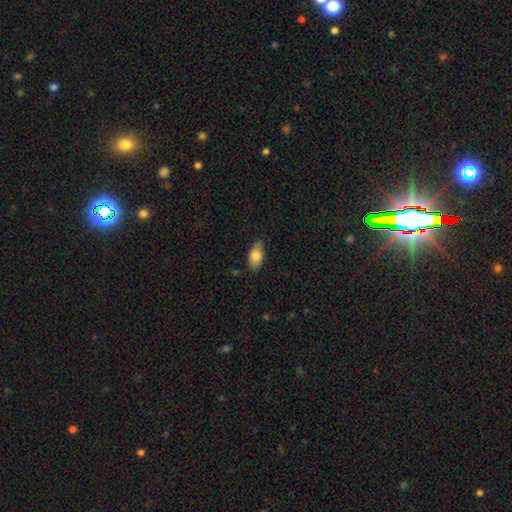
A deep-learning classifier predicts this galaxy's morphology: Q: Smooth or featured?
A: smooth (83%); runner-up: featured or disk (10%)
Q: How rounded?
A: in between (92%); runner-up: round (4%)
Q: Merging?
A: none (79%); runner-up: minor disturbance (17%)